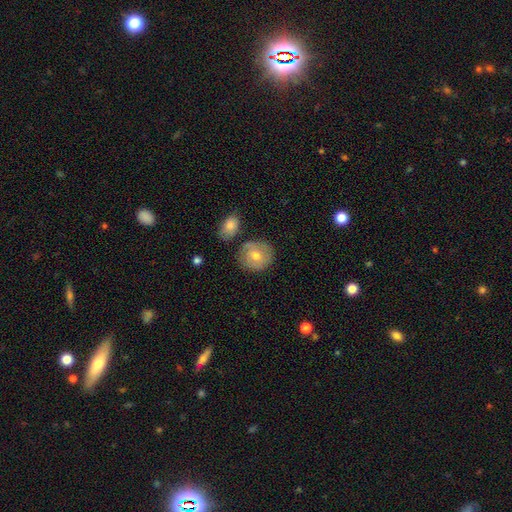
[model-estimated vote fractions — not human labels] Overall: smooth (58%; featured or disk 35%). How rounded: round (83%). Merging: none (74%).